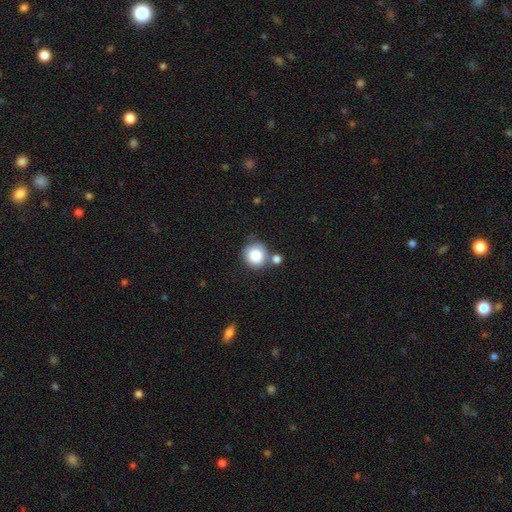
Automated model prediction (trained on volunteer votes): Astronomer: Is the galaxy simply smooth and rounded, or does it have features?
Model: smooth — 83%.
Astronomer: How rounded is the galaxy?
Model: round — 87%.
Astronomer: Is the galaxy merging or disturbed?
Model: none — 60%.